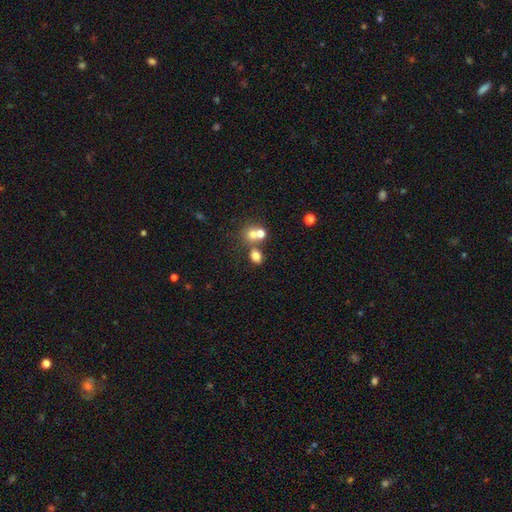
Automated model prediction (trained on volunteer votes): smooth-or-featured: smooth: 74% | star or artifact: 15% | featured or disk: 11%
  how-rounded: in between: 51% | round: 47% | cigar-shaped: 1%
  merging: none: 53% | merger: 32% | minor disturbance: 10% | major disturbance: 5%